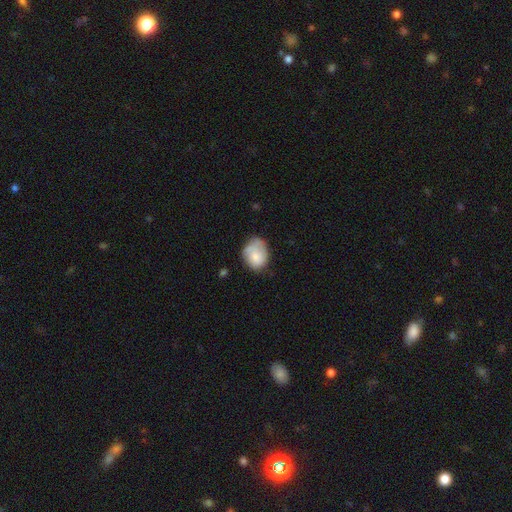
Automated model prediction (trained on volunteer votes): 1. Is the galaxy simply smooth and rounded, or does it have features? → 74% smooth, 19% featured or disk, 7% star or artifact.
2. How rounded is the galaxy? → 53% in between, 46% round, 1% cigar-shaped.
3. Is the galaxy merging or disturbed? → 49% none, 34% minor disturbance, 13% major disturbance, 4% merger.